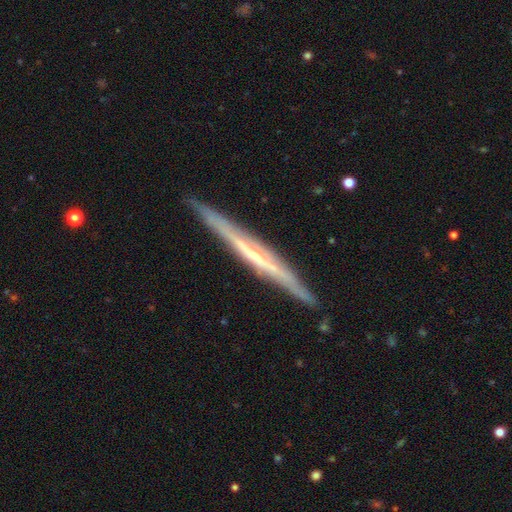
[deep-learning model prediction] This appears to be a featured or disk galaxy (75%) viewed edge-on (96%) with no central bulge (63%). Merging: none (88%).